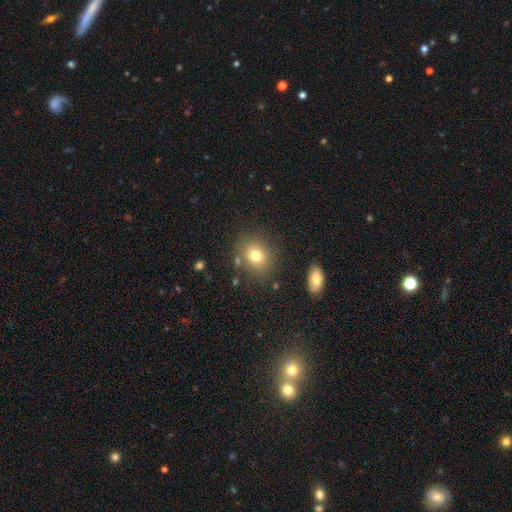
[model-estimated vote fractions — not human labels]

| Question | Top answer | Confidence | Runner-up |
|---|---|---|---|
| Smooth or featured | smooth | 76% | star or artifact (13%) |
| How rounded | round | 62% | in between (37%) |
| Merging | none | 80% | minor disturbance (11%) |